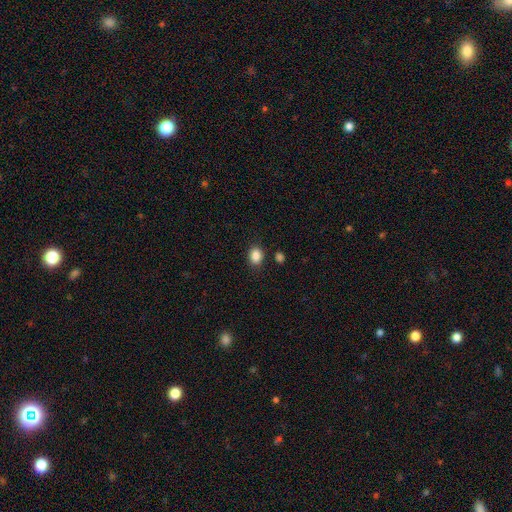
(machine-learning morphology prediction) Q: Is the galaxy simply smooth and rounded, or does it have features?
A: smooth — 87%.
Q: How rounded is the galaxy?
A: in between — 59%.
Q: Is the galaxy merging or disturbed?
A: none — 84%.